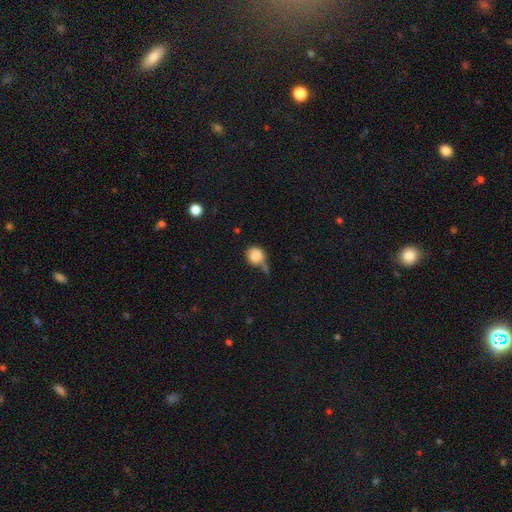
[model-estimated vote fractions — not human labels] smooth 81%, featured or disk 10%, star or artifact 9%. Down the decision tree: how rounded — round (80%); merging — none (38%).